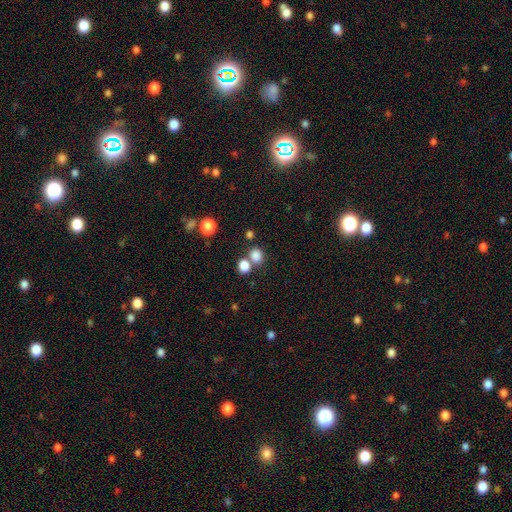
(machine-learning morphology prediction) A smooth galaxy with no disk features (82%) that is round (69%).

Vote fractions:
- Smooth or featured? smooth: 82% / star or artifact: 13% / featured or disk: 5%
- How rounded? round: 69% / in between: 30% / cigar-shaped: 1%
- Merging? none: 60% / merger: 28% / minor disturbance: 9% / major disturbance: 4%